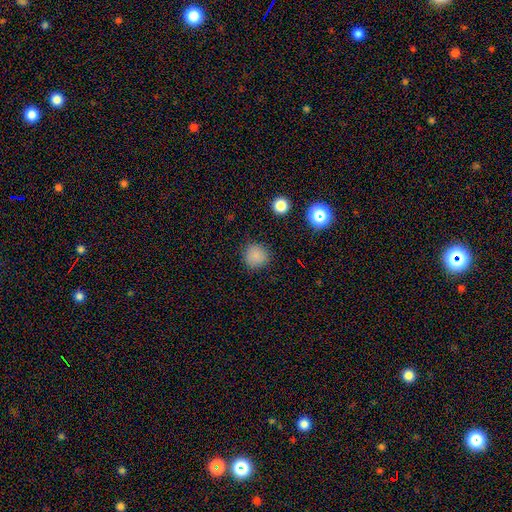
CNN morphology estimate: Overall: smooth (83%). How rounded: round (93%). Merging: none (87%).